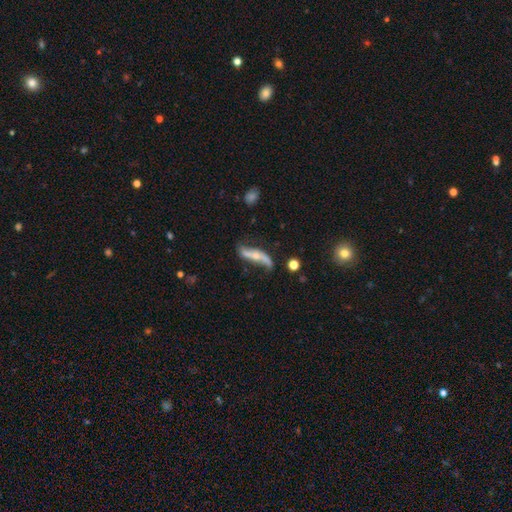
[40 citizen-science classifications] smooth_or_featured: featured or disk (p=0.78) [alt: star or artifact p=0.12]
disk_edge_on: no (p=0.90) [alt: yes p=0.10]
bar: no (p=0.61) [alt: weak p=0.29]
has_spiral_arms: yes (p=0.96) [alt: no p=0.04]
spiral_winding: loose (p=0.96) [alt: medium p=0.04]
spiral_arm_count: 2 (p=0.89) [alt: 1 p=0.11]
bulge_size: small (p=0.57) [alt: moderate p=0.29]
merging: none (p=0.69) [alt: major disturbance p=0.23]